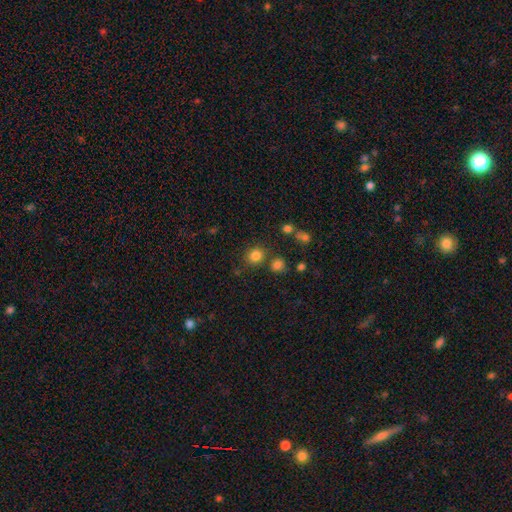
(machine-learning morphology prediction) Overall: smooth (81%). How rounded: round (81%). Merging: none (77%).